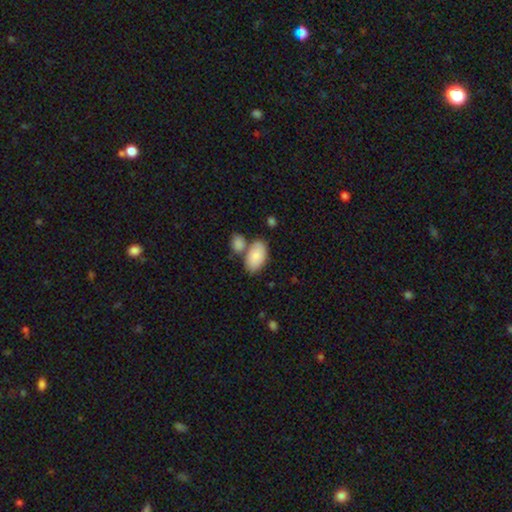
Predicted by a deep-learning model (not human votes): This appears to be a smooth galaxy with no disk features (85%) that is in between round and cigar-shaped (95%). Merging: none (55%).